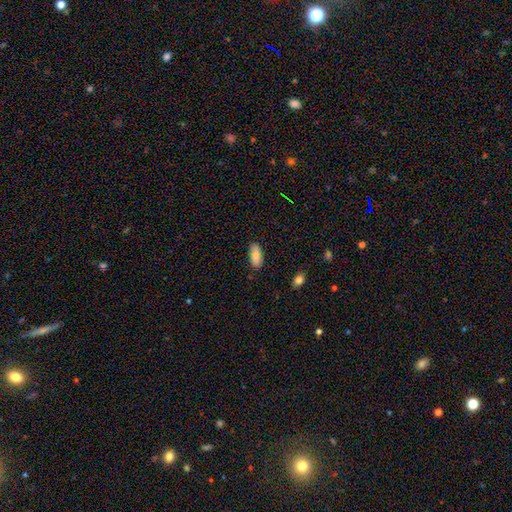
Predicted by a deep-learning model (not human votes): A smooth galaxy with no disk features (78%) that is in between round and cigar-shaped (86%).

Vote fractions:
- Smooth or featured? smooth: 78% / featured or disk: 14% / star or artifact: 7%
- How rounded? in between: 86% / cigar-shaped: 11% / round: 3%
- Merging? none: 79% / minor disturbance: 15% / merger: 4% / major disturbance: 3%